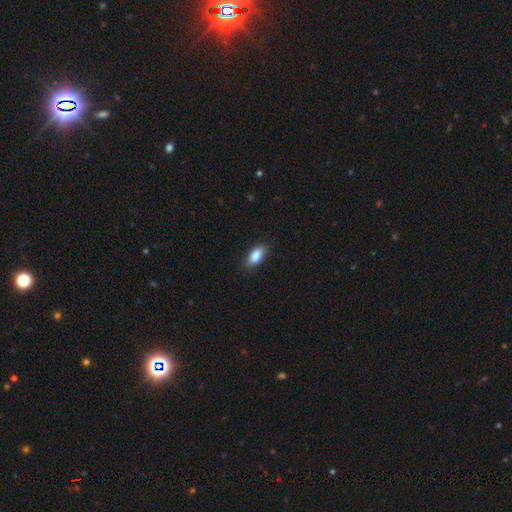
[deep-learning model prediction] This is clearly a smooth galaxy (86%). How rounded: clearly in between (88%). Merging: clearly none (86%).